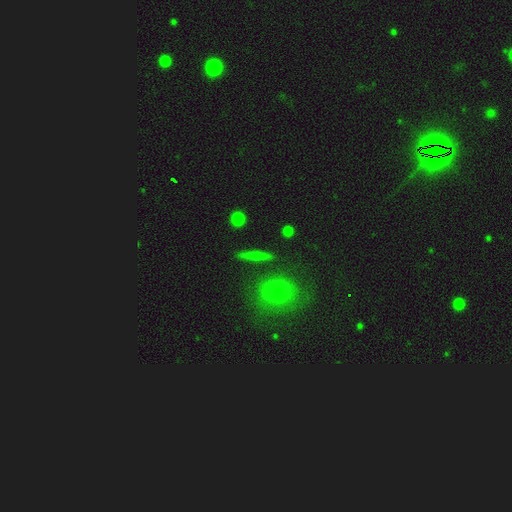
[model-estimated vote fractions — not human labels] smooth 56%, featured or disk 34%, star or artifact 10%. Down the decision tree: how rounded — cigar-shaped (78%); merging — none (89%).